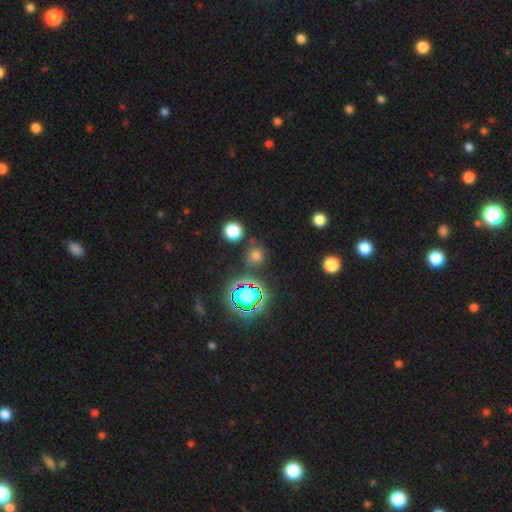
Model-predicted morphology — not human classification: Smooth or featured?
  - smooth: 57% *
  - star or artifact: 35%
  - featured or disk: 8%
How rounded?
  - round: 86% *
  - in between: 13%
  - cigar-shaped: 2%
Merging?
  - none: 78% *
  - minor disturbance: 10%
  - merger: 7%
  - major disturbance: 5%